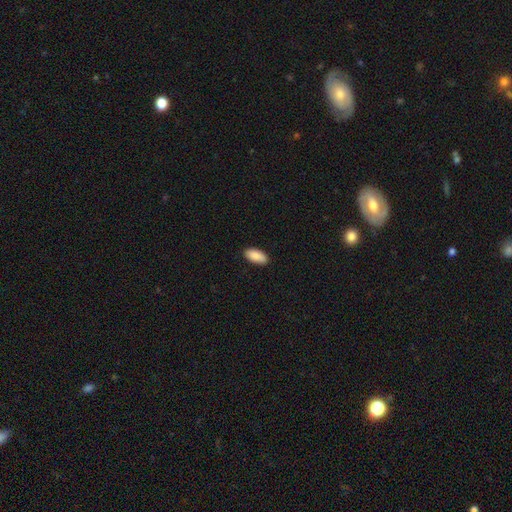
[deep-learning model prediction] Morphology: type=smooth (89%); roundness=in between (92%); merging=none (88%).